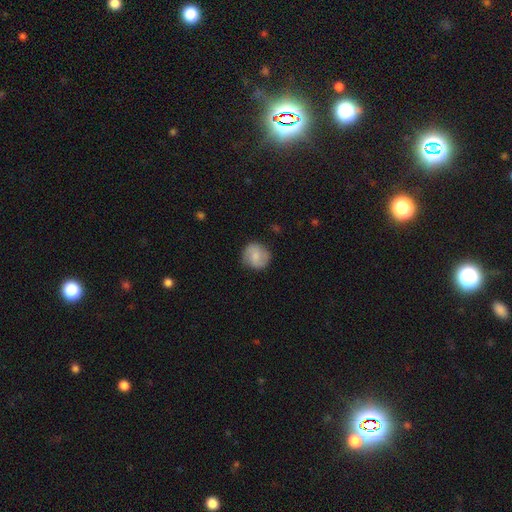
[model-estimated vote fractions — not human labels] smooth-or-featured: smooth: 58% | featured or disk: 35% | star or artifact: 7%
  how-rounded: round: 87% | in between: 12% | cigar-shaped: 1%
  merging: none: 83% | minor disturbance: 13% | major disturbance: 3% | merger: 1%